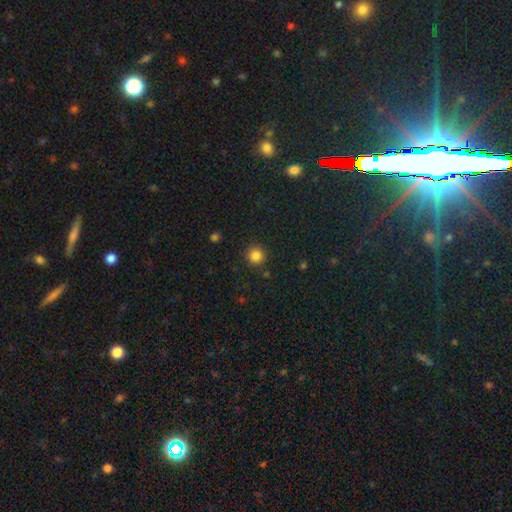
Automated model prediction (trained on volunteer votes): The model was most divided on "smooth or featured": smooth: 84%, star or artifact: 12%, featured or disk: 4%. More confident: how rounded — round (95%); merging — none (90%).